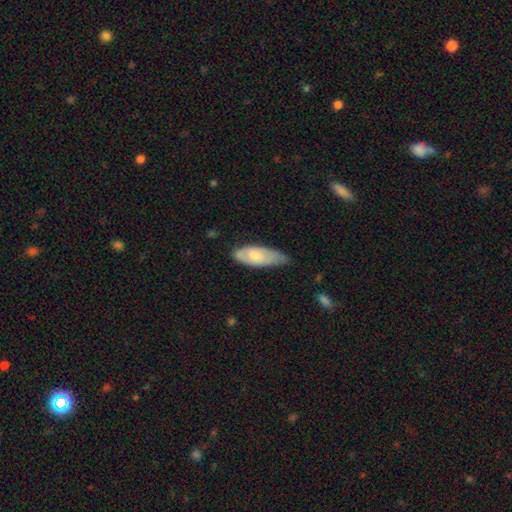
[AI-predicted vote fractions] Smooth or featured?
  - smooth: 67% *
  - featured or disk: 27%
  - star or artifact: 6%
How rounded?
  - in between: 74% *
  - cigar-shaped: 24%
  - round: 2%
Merging?
  - none: 50% *
  - minor disturbance: 40%
  - major disturbance: 8%
  - merger: 2%